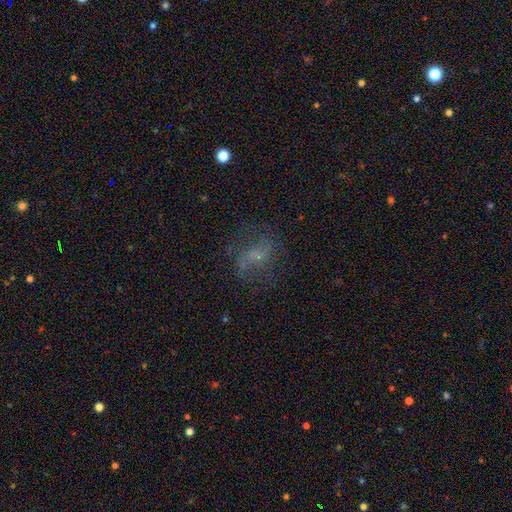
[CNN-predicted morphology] Smooth or featured?
  - featured or disk: 51% *
  - smooth: 32%
  - star or artifact: 17%
Edge-on disk?
  - no: 96% *
  - yes: 4%
Merging?
  - none: 60% *
  - major disturbance: 19%
  - minor disturbance: 18%
  - merger: 2%